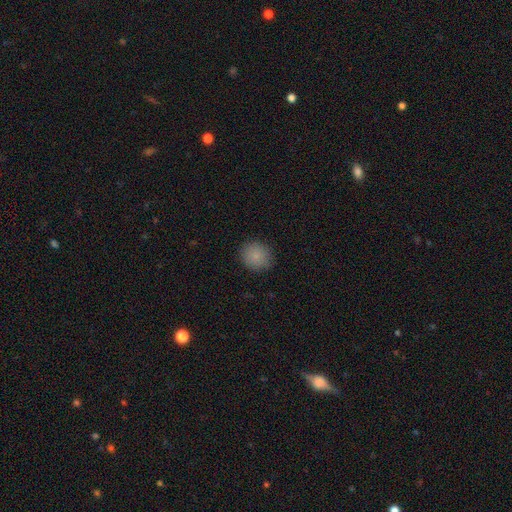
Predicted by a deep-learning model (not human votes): Smooth or featured: smooth — 85% (star or artifact — 10%)
How rounded: round — 84% (in between — 15%)
Merging: none — 87% (minor disturbance — 10%)